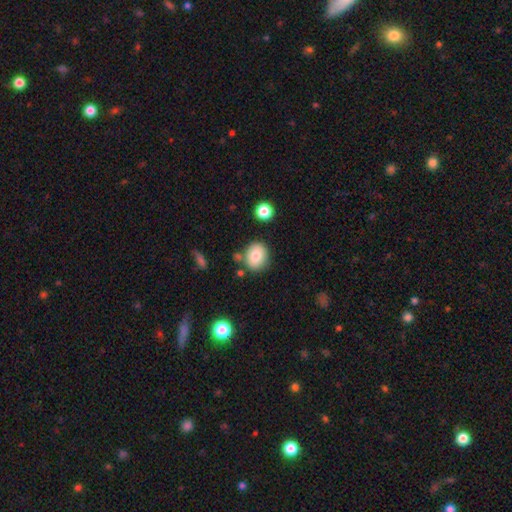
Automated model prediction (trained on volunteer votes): A smooth galaxy with no disk features (80%) that is round (63%).

Vote fractions:
- Smooth or featured? smooth: 80% / featured or disk: 11% / star or artifact: 9%
- How rounded? round: 63% / in between: 36% / cigar-shaped: 1%
- Merging? none: 75% / minor disturbance: 14% / merger: 8% / major disturbance: 3%